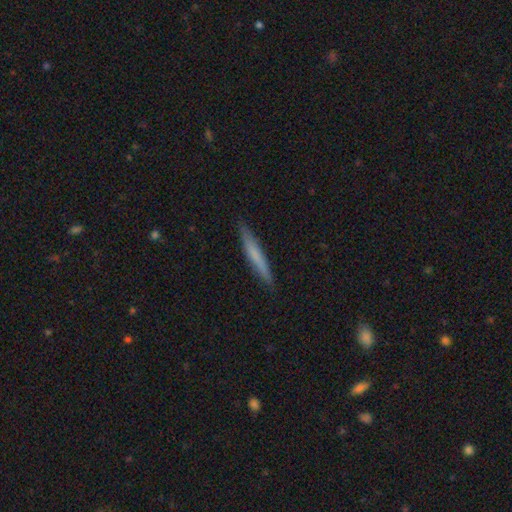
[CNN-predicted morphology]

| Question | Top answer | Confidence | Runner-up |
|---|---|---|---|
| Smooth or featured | smooth | 65% | featured or disk (30%) |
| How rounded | cigar-shaped | 95% | in between (3%) |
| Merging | none | 90% | minor disturbance (8%) |